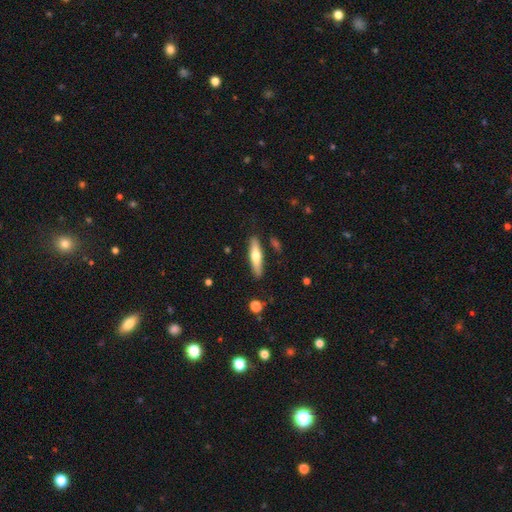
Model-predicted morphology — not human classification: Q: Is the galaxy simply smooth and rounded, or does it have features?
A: smooth — 56%.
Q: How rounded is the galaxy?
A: cigar-shaped — 76%.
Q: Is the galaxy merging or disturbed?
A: none — 85%.